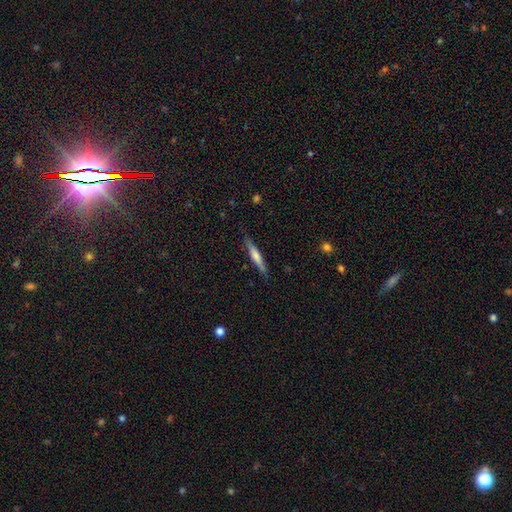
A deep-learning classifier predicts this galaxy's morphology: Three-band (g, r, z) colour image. It shows a smooth galaxy with no disk features (51%) that is cigar-shaped (93%). Merging: none (86%).